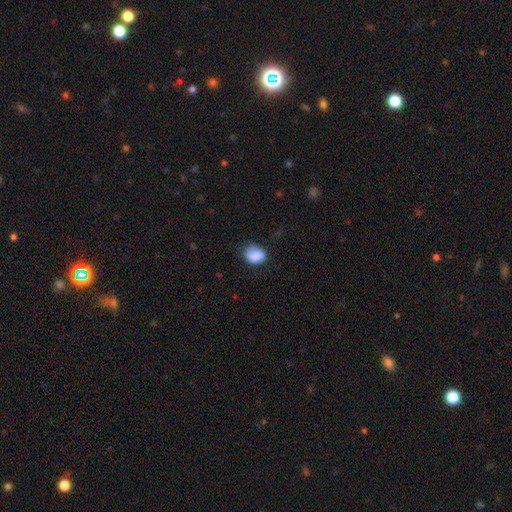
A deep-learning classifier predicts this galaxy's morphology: This appears to be a smooth galaxy with no disk features (81%) that is in between round and cigar-shaped (62%). Merging: none (45%).